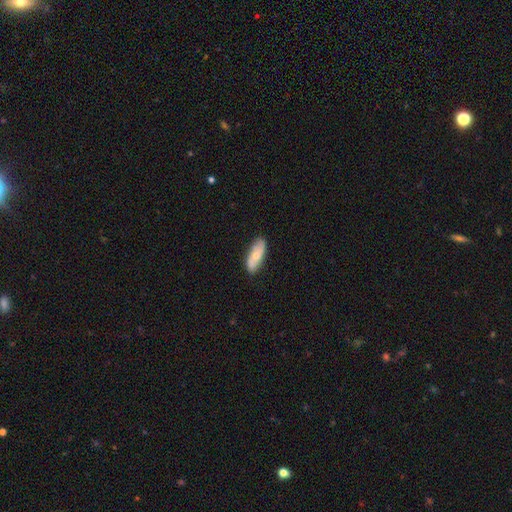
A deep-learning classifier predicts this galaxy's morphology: Smooth or featured: smooth — 50% (featured or disk — 44%)
Merging: none — 79% (minor disturbance — 16%)